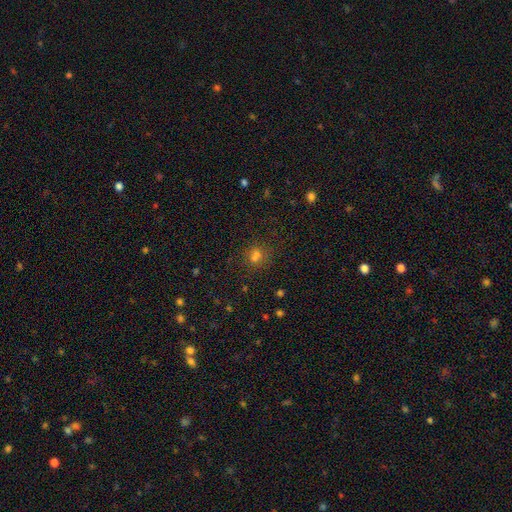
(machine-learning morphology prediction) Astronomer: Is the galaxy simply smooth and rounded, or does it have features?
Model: smooth — 62%.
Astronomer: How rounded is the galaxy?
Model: round — 75%.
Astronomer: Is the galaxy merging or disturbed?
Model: none — 63%.